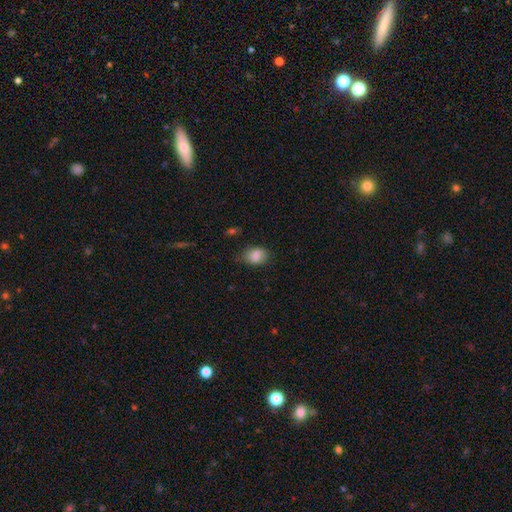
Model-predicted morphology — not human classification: smooth_or_featured: smooth (p=0.82) [alt: featured or disk p=0.10]
how_rounded: in between (p=0.72) [alt: round p=0.26]
merging: none (p=0.68) [alt: minor disturbance p=0.24]